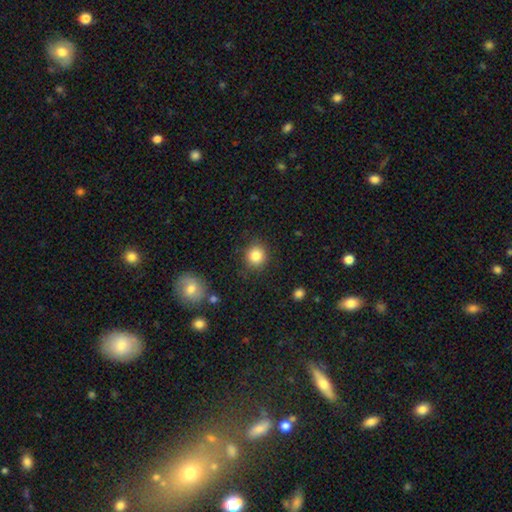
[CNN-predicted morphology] Smooth or featured? Predicted: smooth (p=0.85). How rounded? Predicted: round (p=0.87). Merging? Predicted: none (p=0.87).